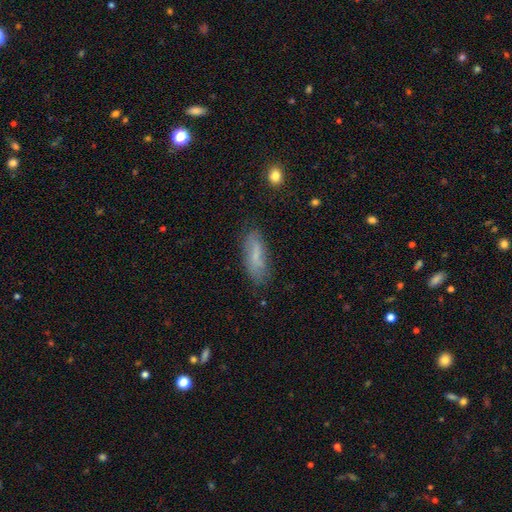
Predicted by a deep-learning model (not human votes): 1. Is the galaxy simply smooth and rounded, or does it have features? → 60% smooth, 31% featured or disk, 9% star or artifact.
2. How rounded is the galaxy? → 58% in between, 39% cigar-shaped, 3% round.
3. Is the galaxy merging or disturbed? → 72% none, 20% minor disturbance, 6% major disturbance, 2% merger.